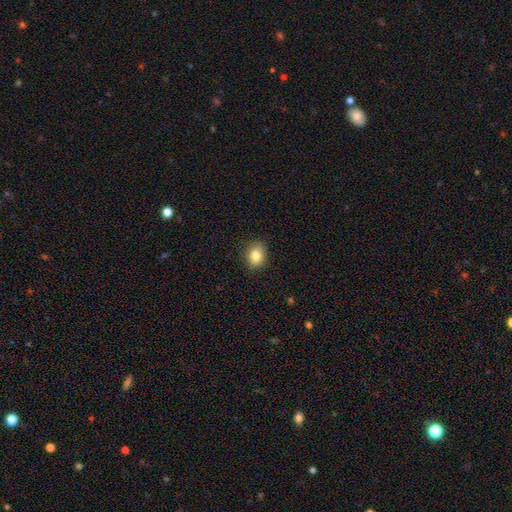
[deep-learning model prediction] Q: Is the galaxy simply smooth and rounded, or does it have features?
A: smooth — 82%.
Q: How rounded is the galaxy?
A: in between — 52%.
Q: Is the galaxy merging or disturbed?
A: none — 87%.